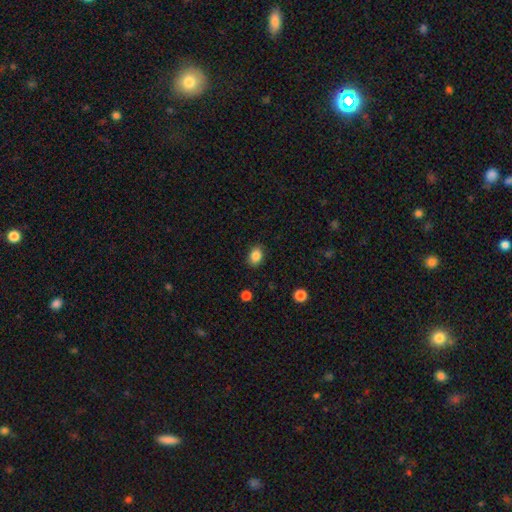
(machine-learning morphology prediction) Smooth or featured: smooth — 86% (star or artifact — 9%)
How rounded: in between — 68% (round — 31%)
Merging: none — 85% (minor disturbance — 11%)